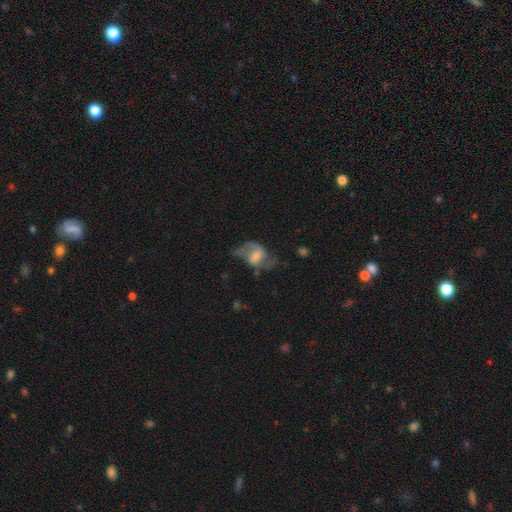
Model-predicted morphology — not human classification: Smooth or featured? Predicted: featured or disk (p=0.73). Edge-on disk? Predicted: no (p=0.97). Bar? Predicted: weak (p=0.45). Spiral arms? Predicted: yes (p=0.89). Spiral winding? Predicted: loose (p=0.53). Spiral arm count? Predicted: 2 (p=0.87). Bulge size? Predicted: moderate (p=0.45). Merging? Predicted: none (p=0.52).